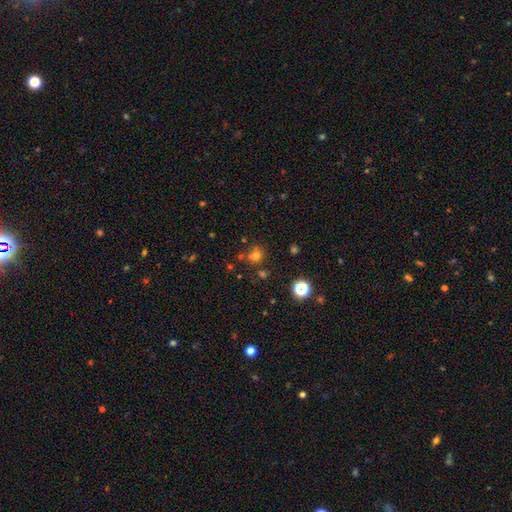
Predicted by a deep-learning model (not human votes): This appears to be a smooth galaxy with no disk features (67%) that is round (86%). Merging: none (68%).